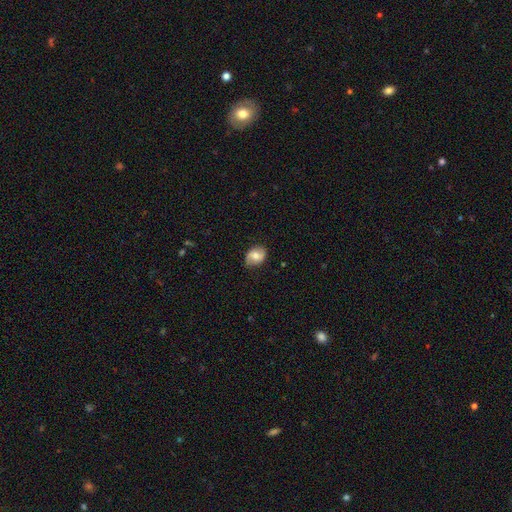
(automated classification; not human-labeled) Smooth or featured? smooth (52%)
How rounded? in between (63%)
Merging? none (77%)